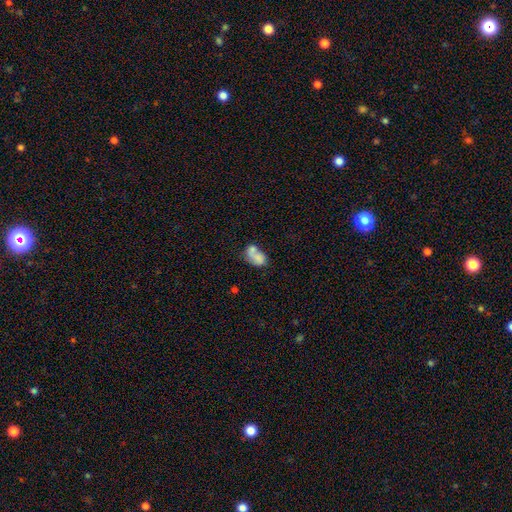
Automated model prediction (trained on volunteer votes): The model was most divided on "merging": merger: 55%, none: 23%, minor disturbance: 13%, major disturbance: 10%. More confident: how rounded — in between (80%); smooth or featured — smooth (68%).